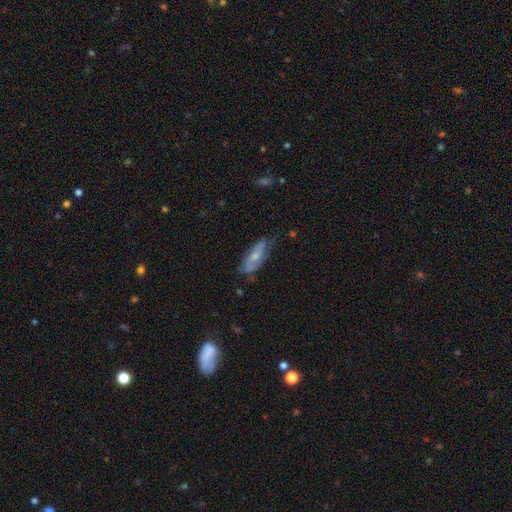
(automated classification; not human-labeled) smooth-or-featured: smooth: 49% | featured or disk: 45% | star or artifact: 6%
  merging: none: 54% | minor disturbance: 34% | major disturbance: 10% | merger: 2%